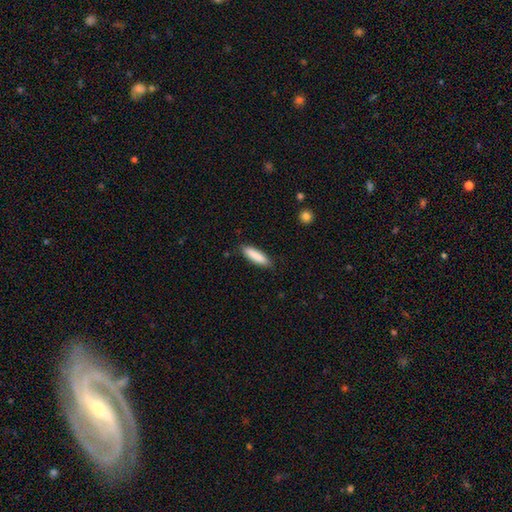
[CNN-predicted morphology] smooth_or_featured: smooth (p=0.87) [alt: featured or disk p=0.08]
how_rounded: cigar-shaped (p=0.70) [alt: in between p=0.29]
merging: none (p=0.86) [alt: minor disturbance p=0.11]